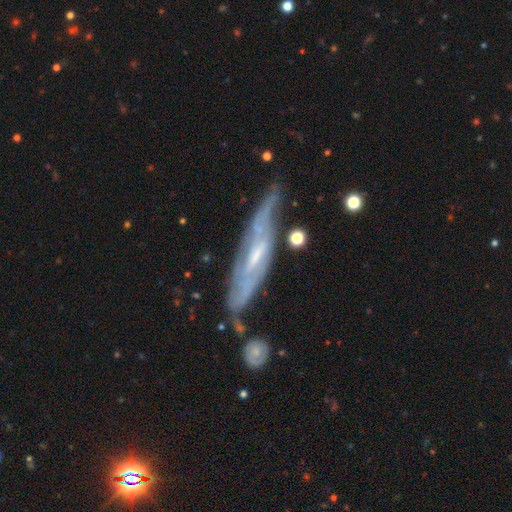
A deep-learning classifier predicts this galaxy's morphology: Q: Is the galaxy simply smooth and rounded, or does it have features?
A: featured or disk — 79%.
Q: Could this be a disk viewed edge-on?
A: no — 52%.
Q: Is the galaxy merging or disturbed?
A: none — 65%.